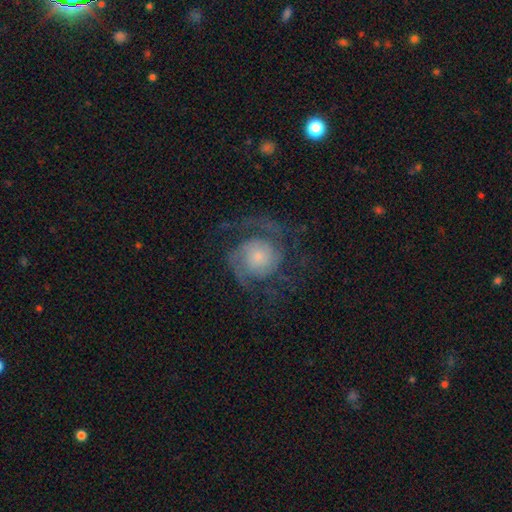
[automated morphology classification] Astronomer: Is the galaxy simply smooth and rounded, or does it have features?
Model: featured or disk — 80%.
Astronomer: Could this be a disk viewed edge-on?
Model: no — 98%.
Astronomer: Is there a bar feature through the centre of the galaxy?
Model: no — 76%.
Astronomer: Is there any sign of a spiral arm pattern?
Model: yes — 95%.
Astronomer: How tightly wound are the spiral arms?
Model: medium — 45% (runner-up: tight, 35%).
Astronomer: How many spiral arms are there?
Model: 2 — 63%.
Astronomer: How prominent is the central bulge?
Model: small — 51%.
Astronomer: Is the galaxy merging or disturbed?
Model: none — 64%.